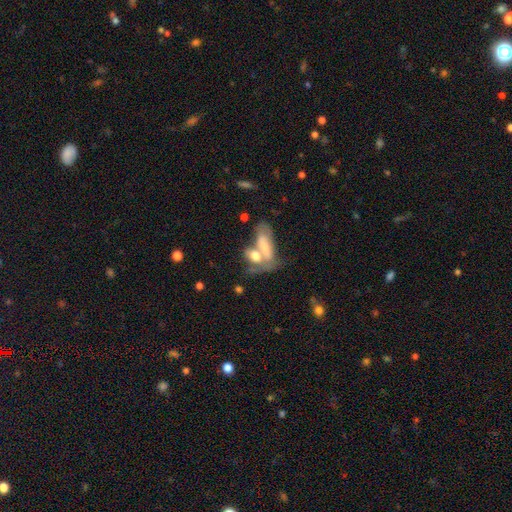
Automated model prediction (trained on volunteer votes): The model was most divided on "merging": merger: 57%, none: 24%, minor disturbance: 11%, major disturbance: 9%. More confident: how rounded — in between (72%); smooth or featured — smooth (67%).